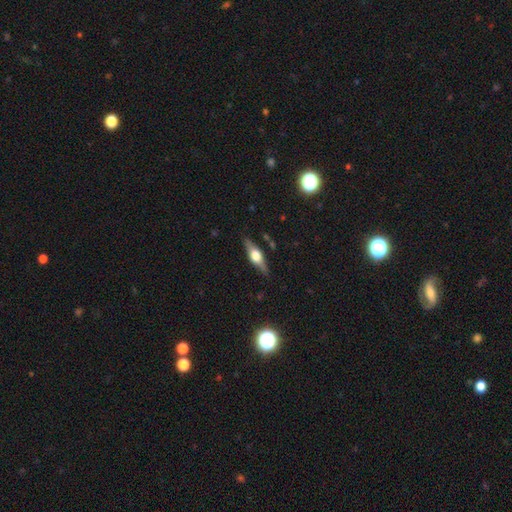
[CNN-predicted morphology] This appears to be a featured or disk galaxy (64%) viewed edge-on (94%) with a rounded central bulge (92%). Merging: none (85%).